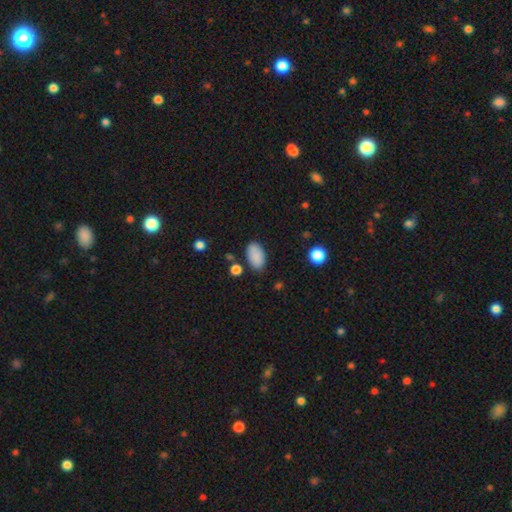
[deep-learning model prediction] smooth 87%, star or artifact 8%, featured or disk 5%. Down the decision tree: how rounded — in between (93%); merging — none (79%).